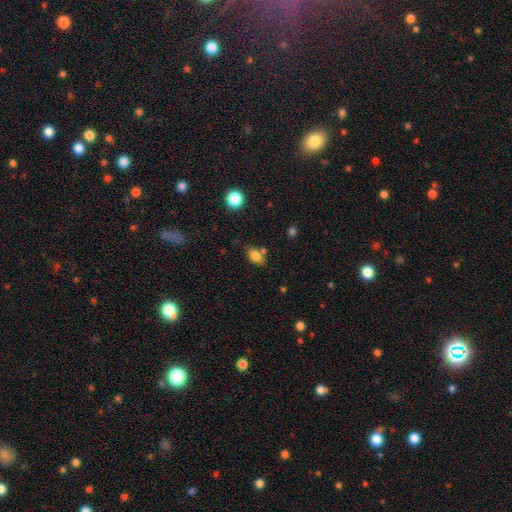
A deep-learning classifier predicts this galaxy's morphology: A smooth galaxy with no disk features (81%) that is in between round and cigar-shaped (84%).

Vote fractions:
- Smooth or featured? smooth: 81% / star or artifact: 10% / featured or disk: 9%
- How rounded? in between: 84% / round: 13% / cigar-shaped: 3%
- Merging? none: 65% / minor disturbance: 16% / merger: 15% / major disturbance: 4%